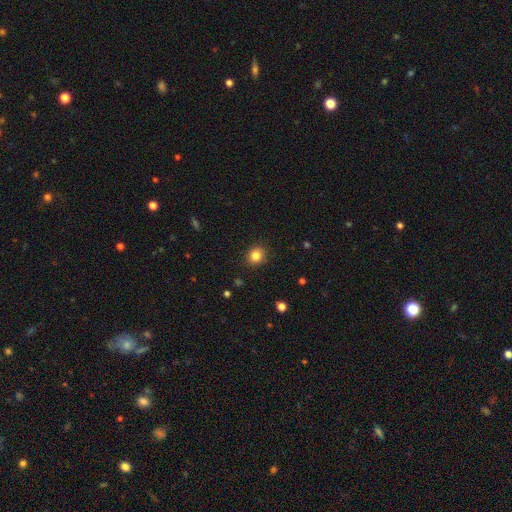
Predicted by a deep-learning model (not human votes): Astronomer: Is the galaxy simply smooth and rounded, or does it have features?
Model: smooth — 83%.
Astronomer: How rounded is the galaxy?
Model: round — 80%.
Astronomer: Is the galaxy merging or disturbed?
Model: none — 90%.